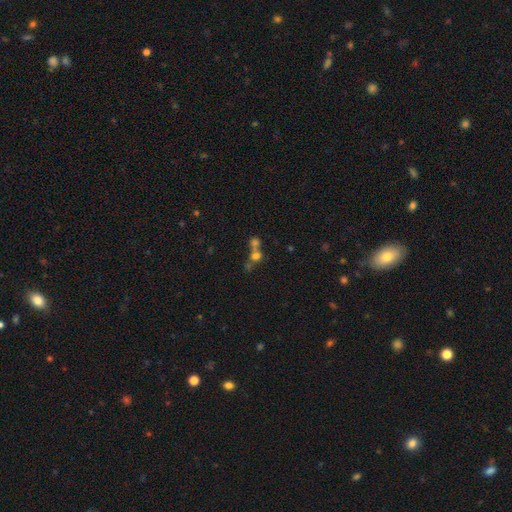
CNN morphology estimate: Overall: smooth (61%). How rounded: round (75%). Merging: merger (59%; none 30%).